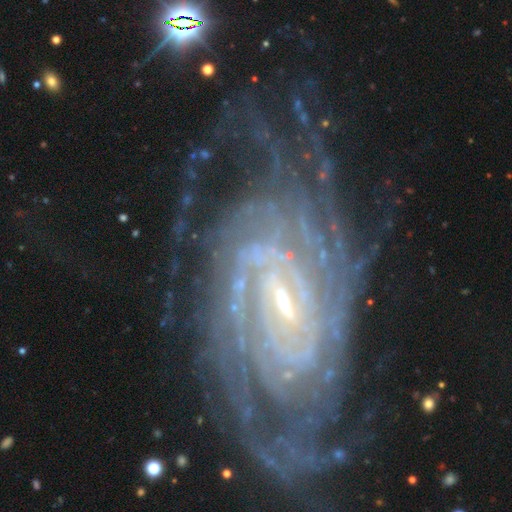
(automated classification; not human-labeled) Morphology: type=featured or disk (88%); edge-on=no (96%); bar=weak (43%); spiral arms=yes (97%); winding=tight (73%); arm count=can't tell (29%); bulge=small (66%); merging=none (67%).